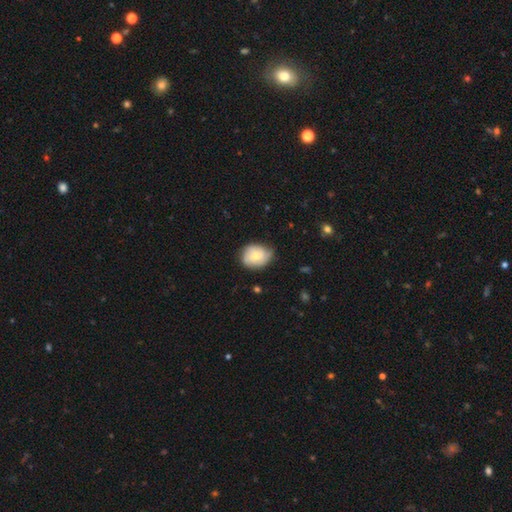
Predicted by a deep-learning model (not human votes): Morphology: type=smooth (52%); roundness=round (57%); merging=none (64%).